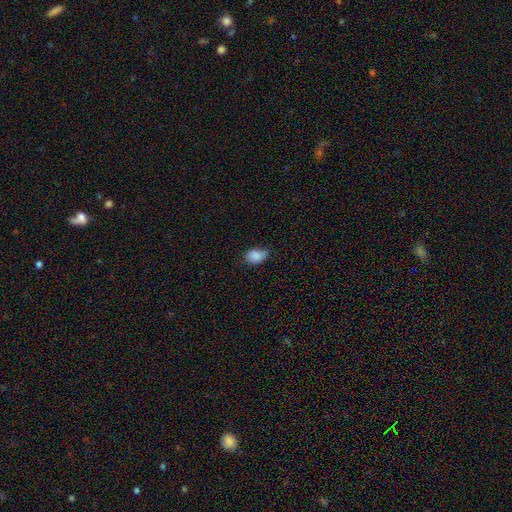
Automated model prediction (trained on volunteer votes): The model was most divided on "merging": none: 52%, minor disturbance: 39%, major disturbance: 7%, merger: 2%. More confident: smooth or featured — smooth (87%); how rounded — in between (82%).